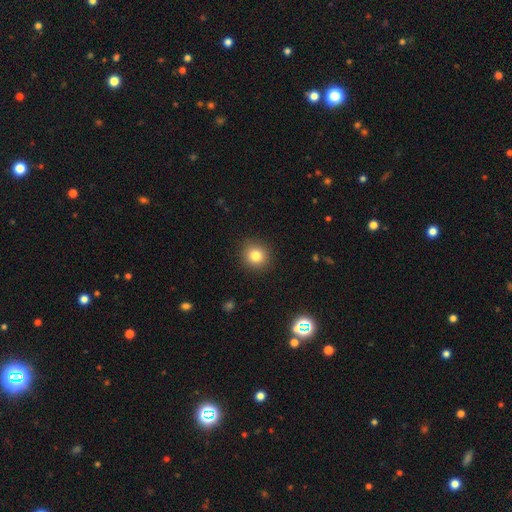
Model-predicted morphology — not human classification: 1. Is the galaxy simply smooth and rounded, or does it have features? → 81% smooth, 11% star or artifact, 7% featured or disk.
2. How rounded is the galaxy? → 89% round, 10% in between, 1% cigar-shaped.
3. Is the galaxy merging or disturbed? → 90% none, 6% minor disturbance, 2% major disturbance, 1% merger.